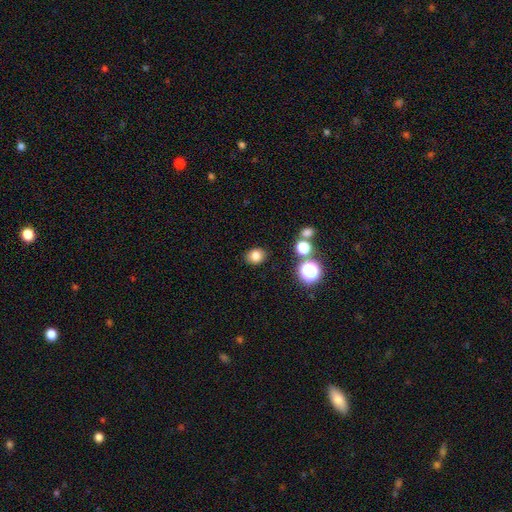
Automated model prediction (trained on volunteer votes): smooth_or_featured: smooth (p=0.81) [alt: star or artifact p=0.13]
how_rounded: round (p=0.57) [alt: in between p=0.42]
merging: none (p=0.85) [alt: minor disturbance p=0.09]